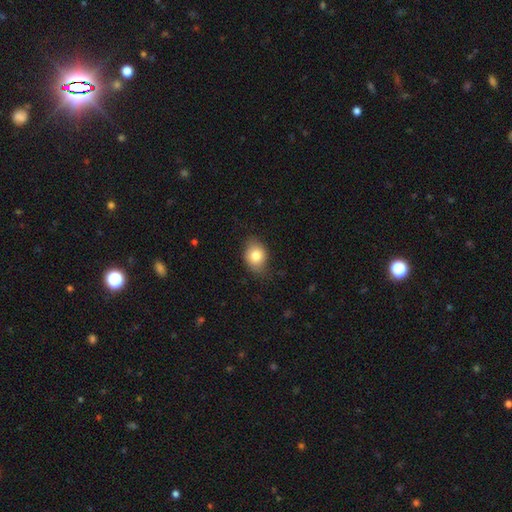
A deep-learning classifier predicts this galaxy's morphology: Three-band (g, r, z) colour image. It shows a smooth galaxy with no disk features (80%) that is in between round and cigar-shaped (55%). Merging: none (74%).